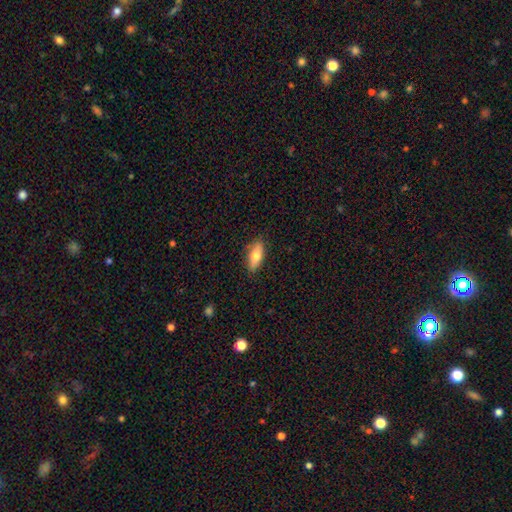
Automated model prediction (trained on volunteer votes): A smooth galaxy with no disk features (73%) that is in between round and cigar-shaped (74%). Merging: none (84%).